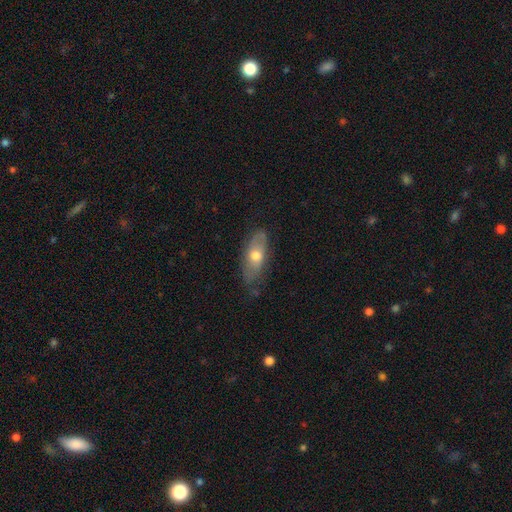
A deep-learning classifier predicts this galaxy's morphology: type=smooth (56%); roundness=in between (78%); merging=none (66%).